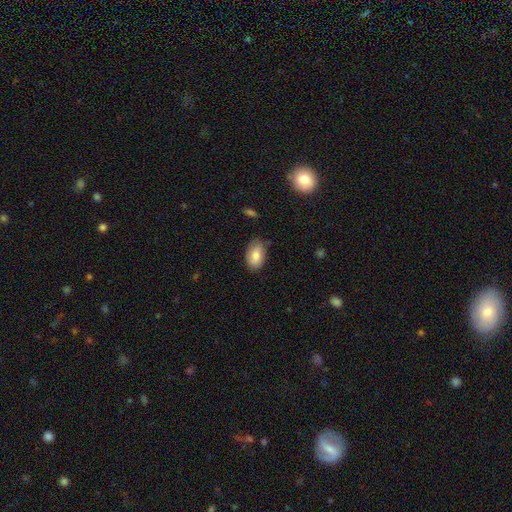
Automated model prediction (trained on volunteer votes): A smooth galaxy with no disk features (79%) that is in between round and cigar-shaped (93%). Merging: none (72%).